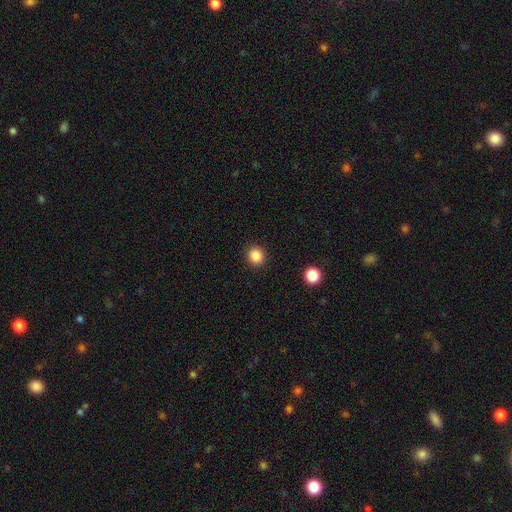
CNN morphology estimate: Smooth or featured? smooth (86%)
How rounded? round (87%)
Merging? none (91%)